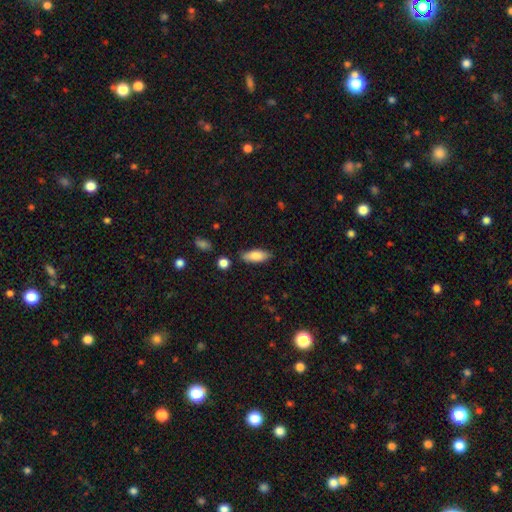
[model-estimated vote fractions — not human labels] smooth-or-featured: smooth: 82% | featured or disk: 11% | star or artifact: 7%
  how-rounded: in between: 74% | cigar-shaped: 24% | round: 2%
  merging: none: 82% | minor disturbance: 13% | major disturbance: 3% | merger: 3%